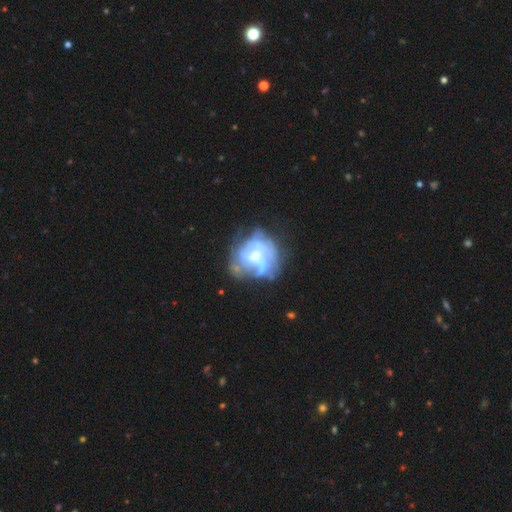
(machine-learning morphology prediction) The model was most divided on "bulge size": moderate: 45%, small: 36%, none: 12%, large: 6%, dominant: 1%. Remaining: edge-on disk — no (98%); smooth or featured — featured or disk (71%); bar — no (56%); spiral arms — yes (55%); merging — none (45%).